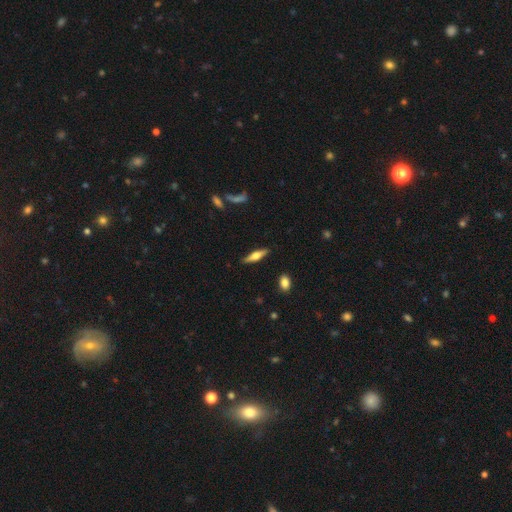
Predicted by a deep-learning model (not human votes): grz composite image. It shows a featured or disk galaxy (52%) viewed edge-on (94%). Merging: none (87%).